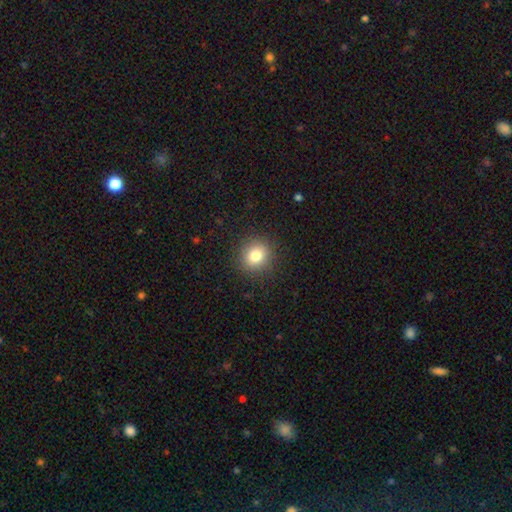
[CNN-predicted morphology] Smooth or featured? smooth (81%)
How rounded? round (84%)
Merging? none (89%)